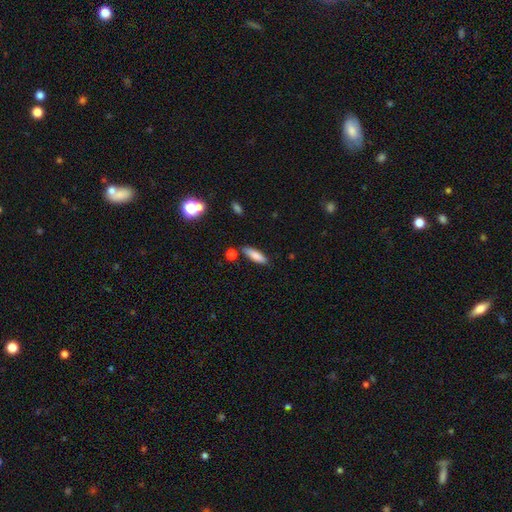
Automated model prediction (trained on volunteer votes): Smooth or featured? Predicted: smooth (p=0.80). How rounded? Predicted: cigar-shaped (p=0.61). Merging? Predicted: none (p=0.78).